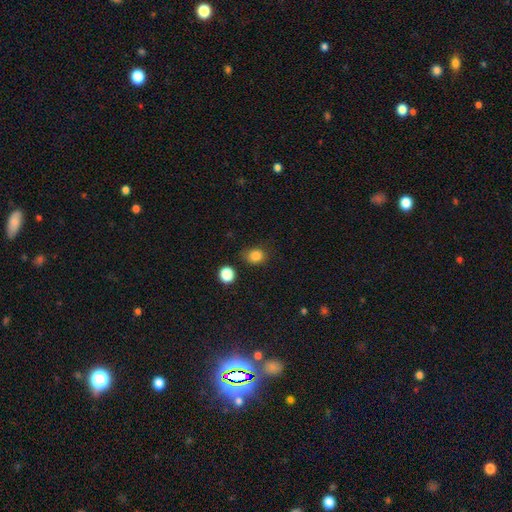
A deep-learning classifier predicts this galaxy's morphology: Overall: smooth (84%). How rounded: round (61%; in between 38%). Merging: none (70%).